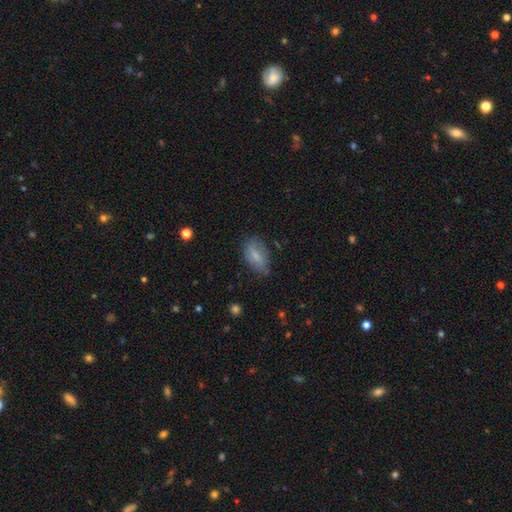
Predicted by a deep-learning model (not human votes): This appears to be a smooth galaxy with no disk features (73%) that is in between round and cigar-shaped (90%). Merging: none (69%).